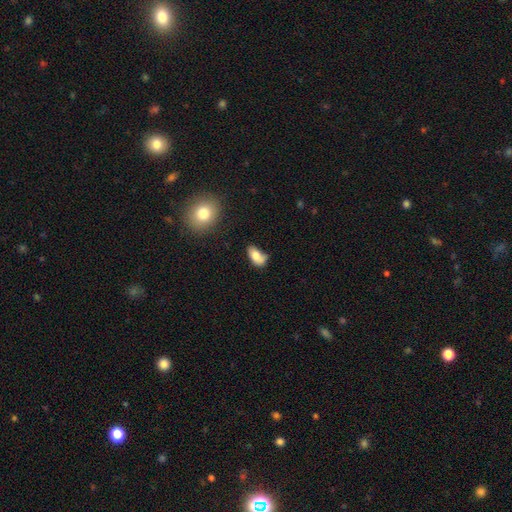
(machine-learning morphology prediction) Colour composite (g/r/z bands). It shows a smooth galaxy with no disk features (76%) that is in between round and cigar-shaped (90%). Merging: none (42%).